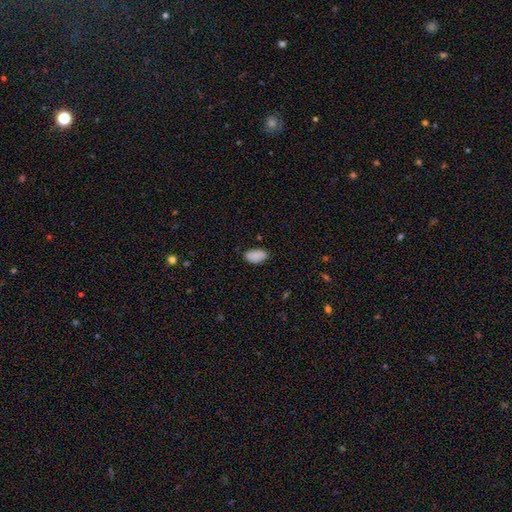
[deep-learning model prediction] smooth 87%, star or artifact 8%, featured or disk 6%. Down the decision tree: how rounded — in between (94%); merging — none (78%).